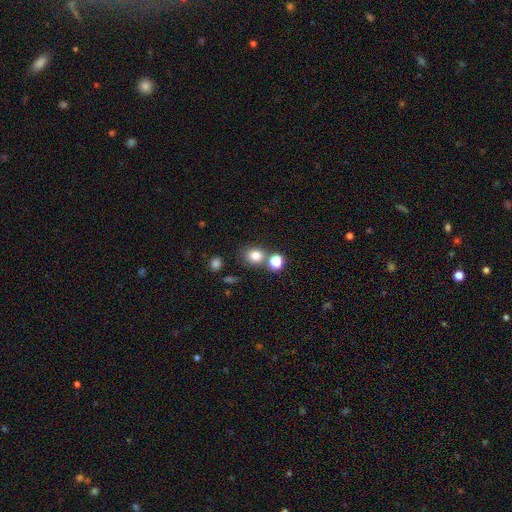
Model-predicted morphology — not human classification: A smooth galaxy with no disk features (78%) that is round (69%). Merging: none (69%).